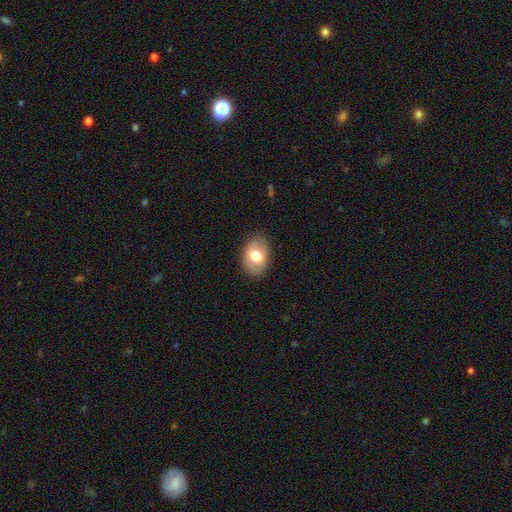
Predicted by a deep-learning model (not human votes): The model was most divided on "smooth or featured": smooth: 72%, featured or disk: 21%, star or artifact: 7%. More confident: merging — none (86%); how rounded — in between (82%).